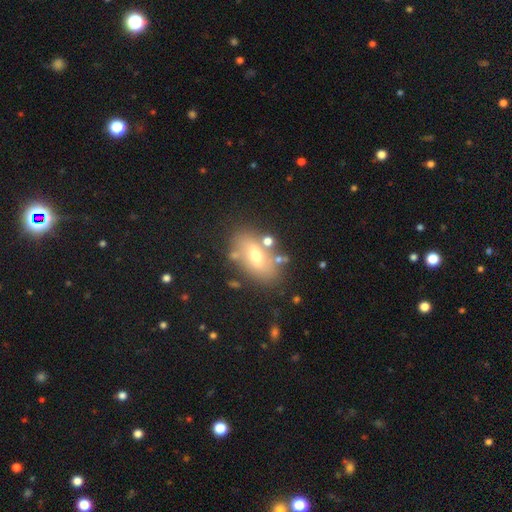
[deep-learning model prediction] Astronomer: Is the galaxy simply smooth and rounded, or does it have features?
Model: smooth — 57%.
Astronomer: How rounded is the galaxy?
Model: in between — 86%.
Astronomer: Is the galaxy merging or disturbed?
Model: none — 73%.